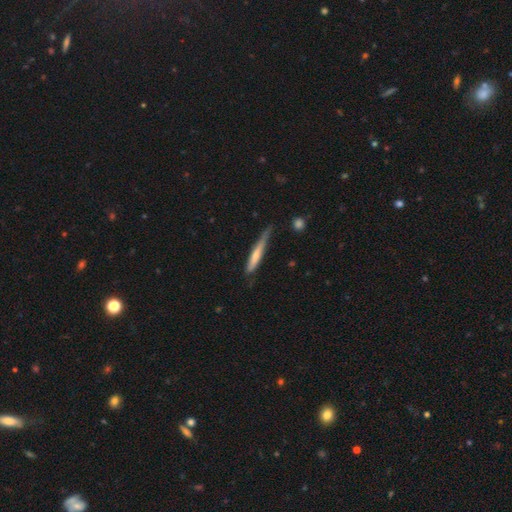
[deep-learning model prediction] This is possibly a smooth galaxy (60%). How rounded: clearly cigar-shaped (93%). Merging: possibly none (51%).